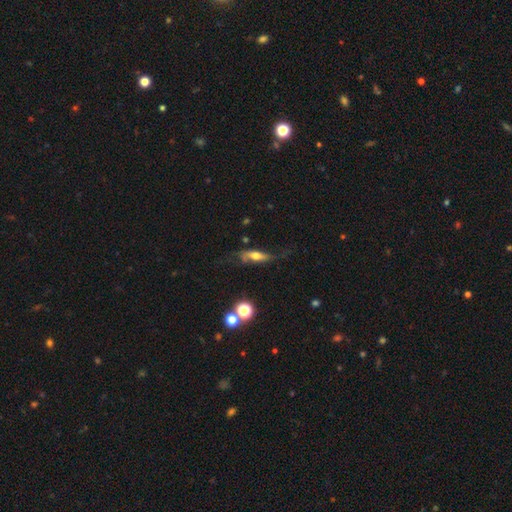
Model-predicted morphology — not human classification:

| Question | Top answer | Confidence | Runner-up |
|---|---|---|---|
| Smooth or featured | featured or disk | 56% | smooth (36%) |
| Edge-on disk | no | 55% | yes (45%) |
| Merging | none | 44% | minor disturbance (27%) |